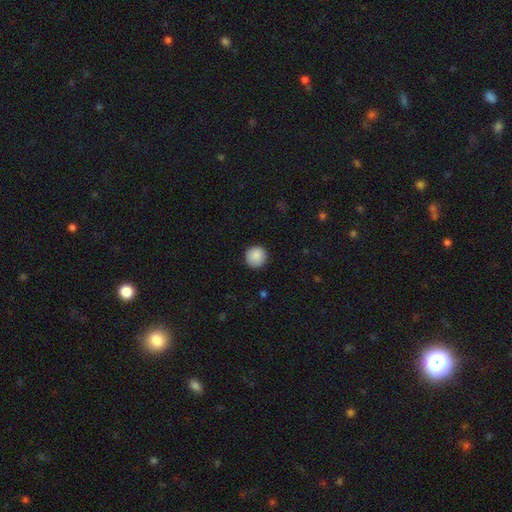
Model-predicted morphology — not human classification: smooth_or_featured: smooth (p=0.90) [alt: star or artifact p=0.07]
how_rounded: round (p=0.95) [alt: in between p=0.04]
merging: none (p=0.91) [alt: minor disturbance p=0.06]